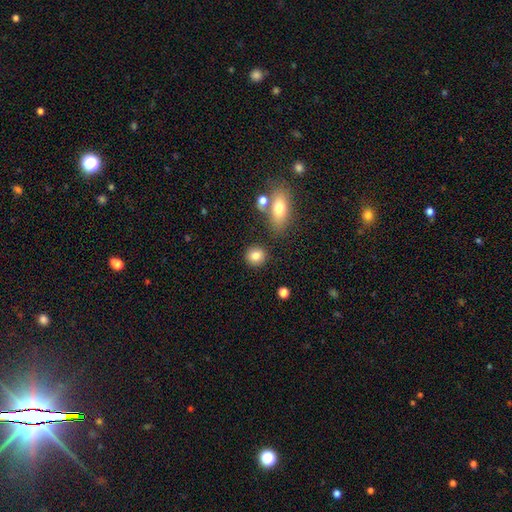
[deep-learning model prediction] smooth-or-featured: smooth: 83% | star or artifact: 9% | featured or disk: 8%
  how-rounded: round: 88% | in between: 11% | cigar-shaped: 1%
  merging: none: 86% | minor disturbance: 7% | merger: 4% | major disturbance: 3%